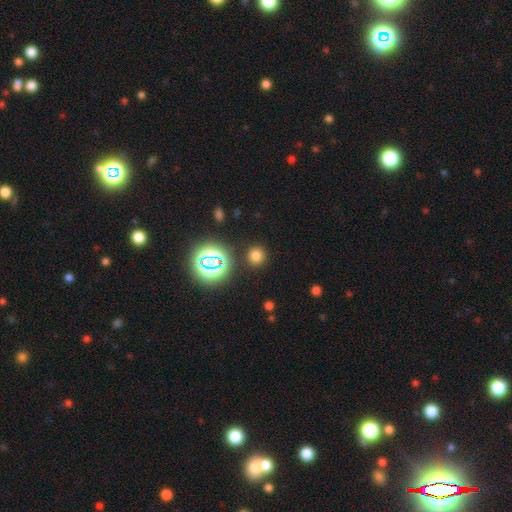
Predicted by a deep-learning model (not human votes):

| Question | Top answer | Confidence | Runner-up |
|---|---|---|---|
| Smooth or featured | smooth | 71% | star or artifact (23%) |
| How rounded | round | 89% | in between (10%) |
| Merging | none | 88% | minor disturbance (7%) |